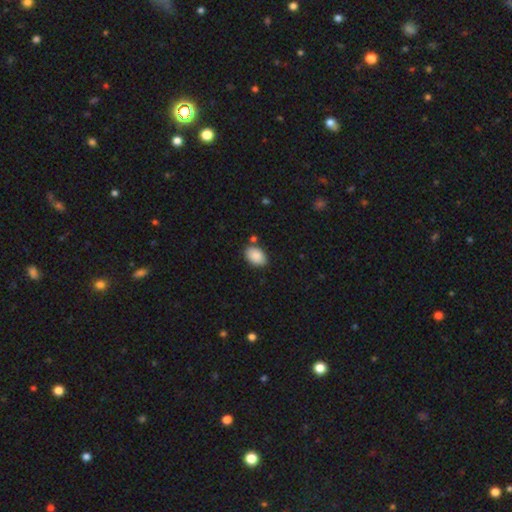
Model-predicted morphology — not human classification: smooth_or_featured: smooth (p=0.88) [alt: star or artifact p=0.07]
how_rounded: in between (p=0.88) [alt: round p=0.11]
merging: none (p=0.80) [alt: minor disturbance p=0.12]